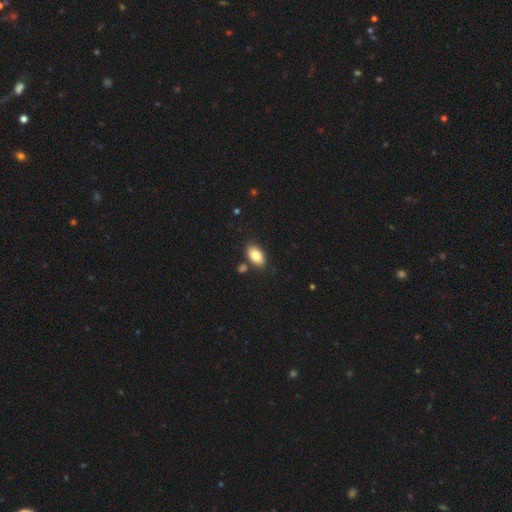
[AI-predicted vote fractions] smooth 83%, featured or disk 10%, star or artifact 7%. Down the decision tree: how rounded — in between (93%); merging — none (80%).